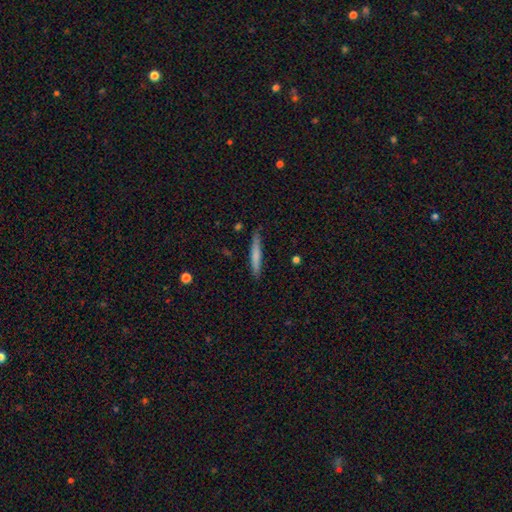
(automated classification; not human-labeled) Smooth or featured? Predicted: smooth (p=0.68). How rounded? Predicted: cigar-shaped (p=0.94). Merging? Predicted: none (p=0.83).